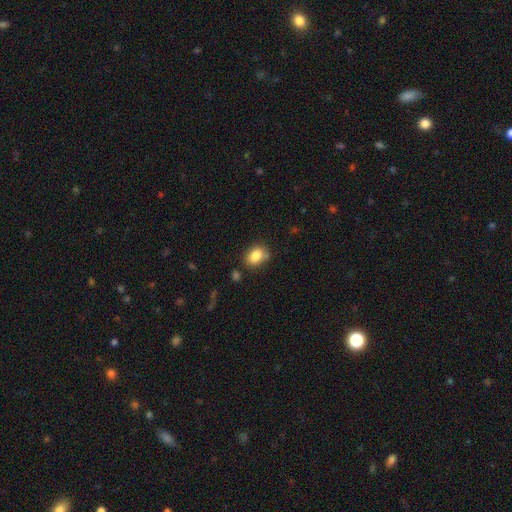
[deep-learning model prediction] Smooth or featured? Predicted: smooth (p=0.85). How rounded? Predicted: in between (p=0.64). Merging? Predicted: none (p=0.72).